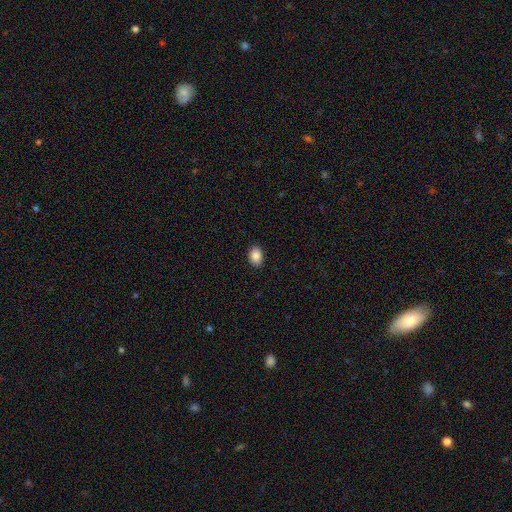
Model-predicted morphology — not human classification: smooth_or_featured: smooth (p=0.88) [alt: star or artifact p=0.08]
how_rounded: in between (p=0.78) [alt: round p=0.21]
merging: none (p=0.89) [alt: minor disturbance p=0.08]